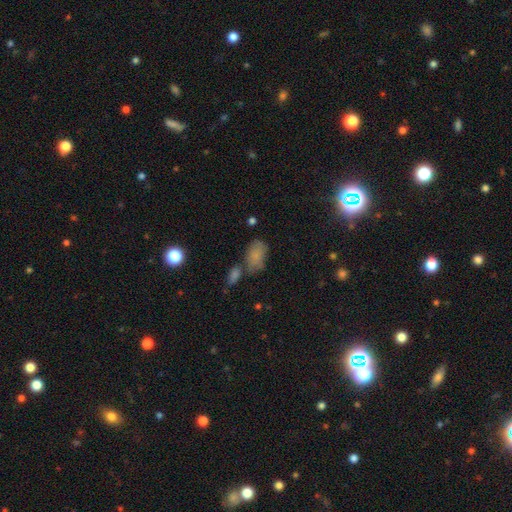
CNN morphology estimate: smooth_or_featured: smooth (p=0.75) [alt: featured or disk p=0.13]
how_rounded: in between (p=0.89) [alt: round p=0.08]
merging: none (p=0.46) [alt: merger p=0.27]